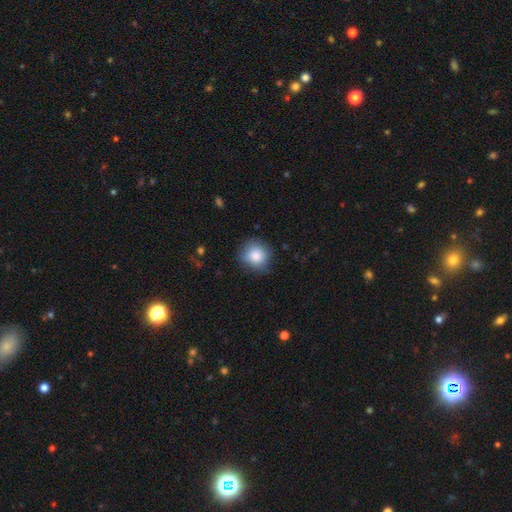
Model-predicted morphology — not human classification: smooth_or_featured: smooth (p=0.84) [alt: star or artifact p=0.08]
how_rounded: round (p=0.89) [alt: in between p=0.10]
merging: none (p=0.78) [alt: minor disturbance p=0.17]